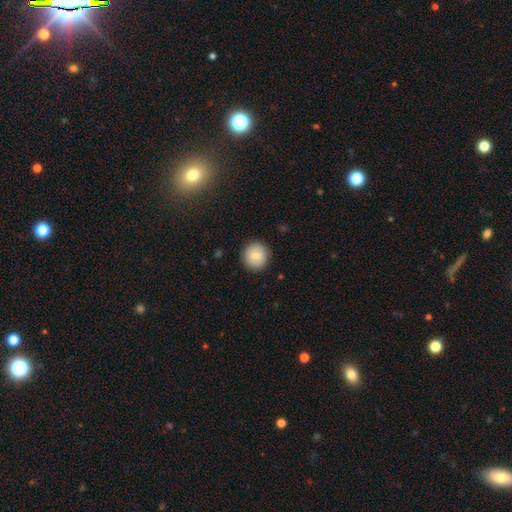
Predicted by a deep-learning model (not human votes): A smooth galaxy with no disk features (77%) that is round (89%). Merging: none (89%).